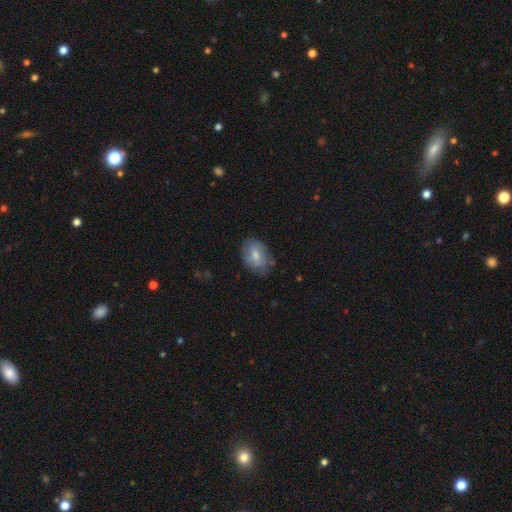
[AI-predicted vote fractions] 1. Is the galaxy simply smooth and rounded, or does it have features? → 73% smooth, 20% featured or disk, 7% star or artifact.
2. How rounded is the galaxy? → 76% in between, 23% round, 1% cigar-shaped.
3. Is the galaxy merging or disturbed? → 71% none, 22% minor disturbance, 5% major disturbance, 1% merger.